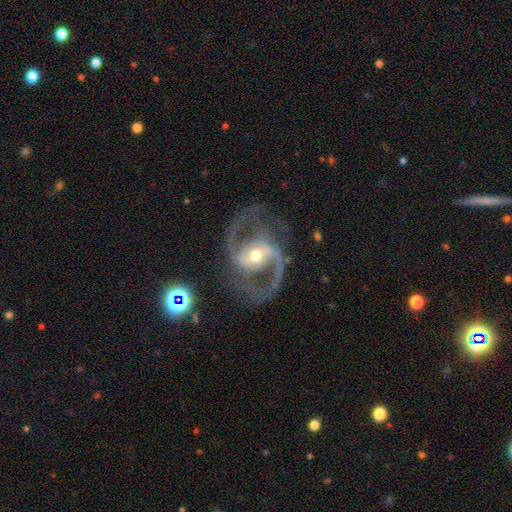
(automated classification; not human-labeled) The model was most divided on "bar": strong: 38%, weak: 37%, no: 25%. More confident: edge-on disk — no (98%); spiral arms — yes (97%); spiral arm count — 2 (93%); smooth or featured — featured or disk (92%); merging — none (77%); bulge size — moderate (65%); spiral winding — medium (61%).